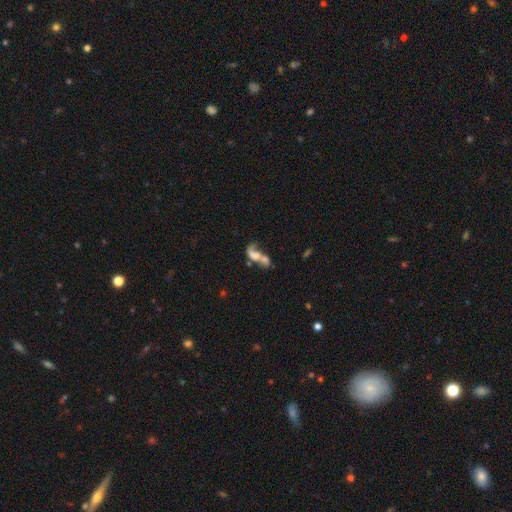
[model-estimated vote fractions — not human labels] Smooth or featured? featured or disk (44%)
Merging? merger (61%)